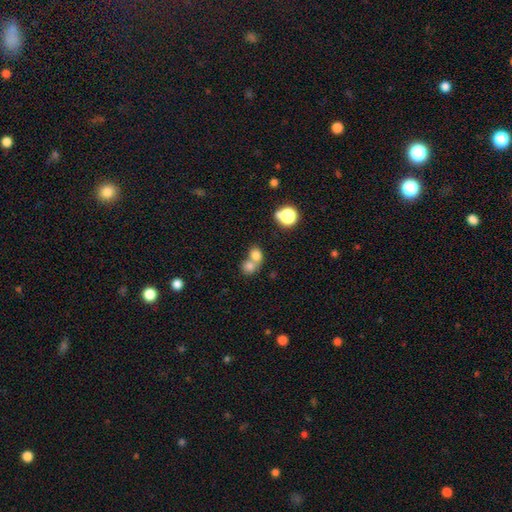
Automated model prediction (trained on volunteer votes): A smooth galaxy with no disk features (76%) that is round (65%).

Vote fractions:
- Smooth or featured? smooth: 76% / star or artifact: 12% / featured or disk: 12%
- How rounded? round: 65% / in between: 34% / cigar-shaped: 1%
- Merging? merger: 63% / none: 29% / minor disturbance: 5% / major disturbance: 3%